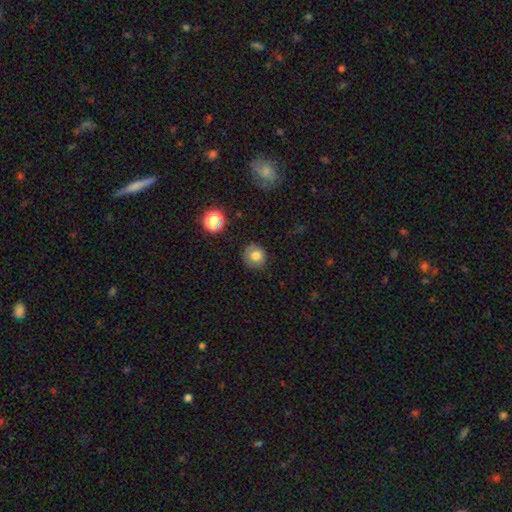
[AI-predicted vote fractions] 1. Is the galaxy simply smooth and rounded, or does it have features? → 77% smooth, 12% star or artifact, 11% featured or disk.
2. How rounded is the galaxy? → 88% round, 11% in between, 1% cigar-shaped.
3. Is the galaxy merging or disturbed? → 83% none, 13% minor disturbance, 3% major disturbance, 1% merger.